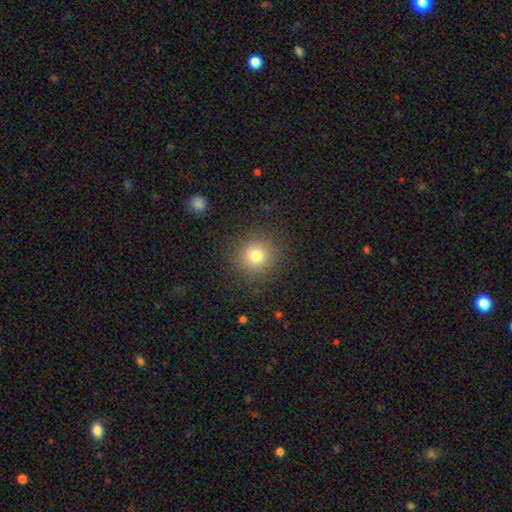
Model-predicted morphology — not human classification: Smooth or featured? smooth (78%)
How rounded? round (93%)
Merging? none (88%)